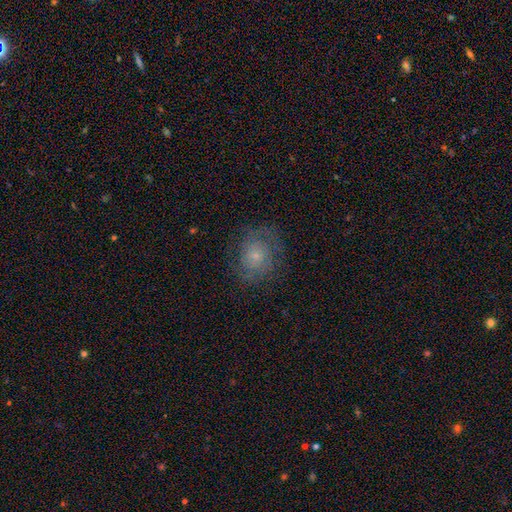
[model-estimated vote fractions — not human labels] featured or disk 45%, smooth 43%, star or artifact 12%. Down the decision tree: merging — none (72%).